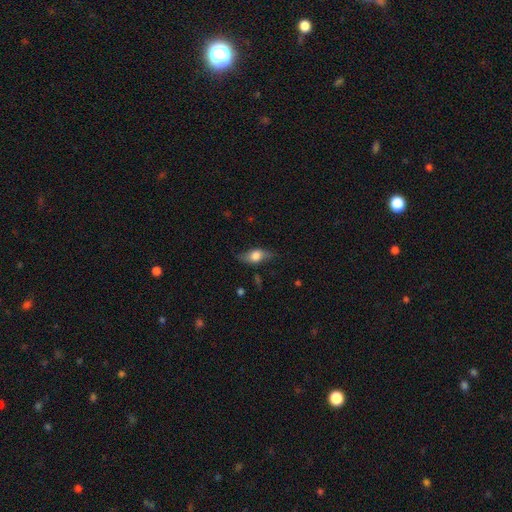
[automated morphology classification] Q: Smooth or featured?
A: smooth (60%); runner-up: featured or disk (32%)
Q: How rounded?
A: in between (77%); runner-up: cigar-shaped (13%)
Q: Merging?
A: none (70%); runner-up: minor disturbance (22%)